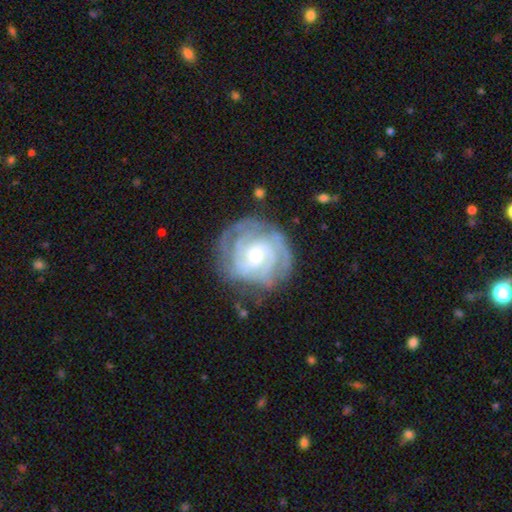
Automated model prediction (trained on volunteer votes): The model was most divided on "spiral arm count": can't tell: 33%, 3: 24%, 2: 18%, 4: 13%, more than 4: 6%, 1: 6%. More confident: edge-on disk — no (98%); spiral arms — yes (96%); smooth or featured — featured or disk (85%); merging — none (75%); spiral winding — tight (71%); bar — no (59%); bulge size — moderate (51%).